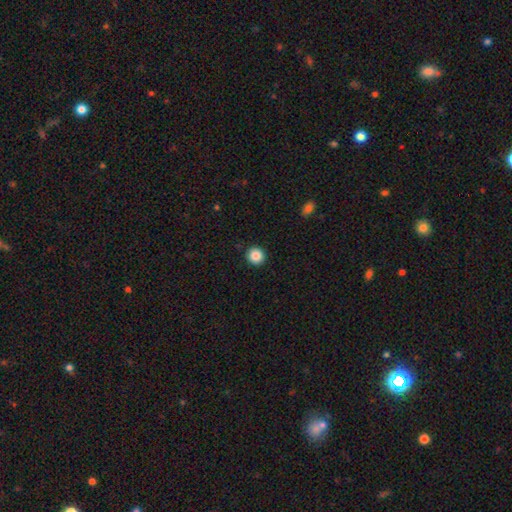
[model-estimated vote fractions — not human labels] smooth 86%, star or artifact 10%, featured or disk 4%. Down the decision tree: how rounded — round (94%); merging — none (93%).